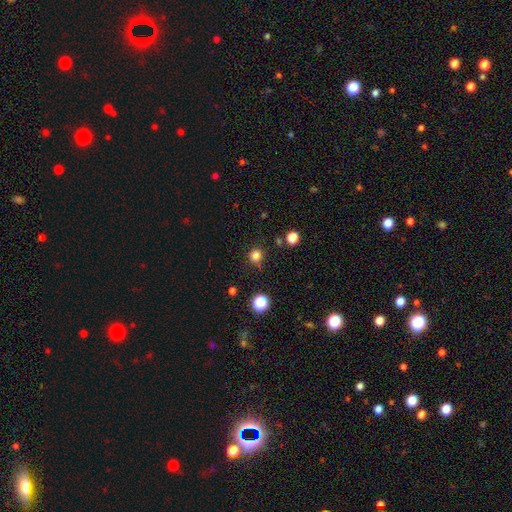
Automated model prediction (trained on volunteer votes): Smooth or featured: smooth — 80% (star or artifact — 16%)
How rounded: round — 92% (in between — 7%)
Merging: none — 84% (minor disturbance — 10%)